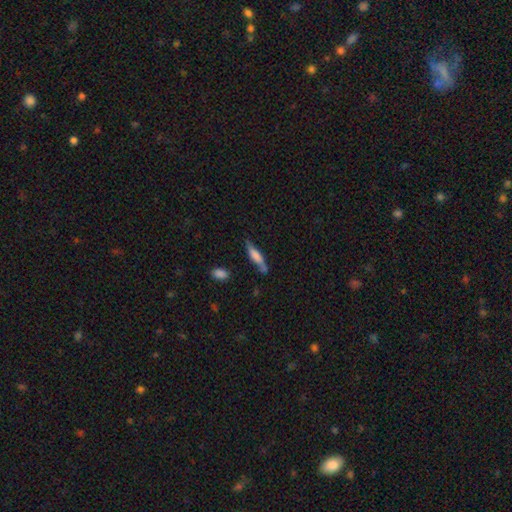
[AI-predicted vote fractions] Smooth or featured: smooth — 57% (featured or disk — 36%)
How rounded: cigar-shaped — 76% (in between — 22%)
Merging: none — 65% (minor disturbance — 24%)